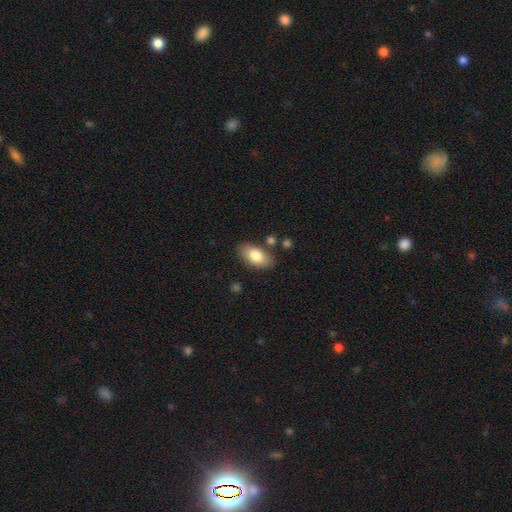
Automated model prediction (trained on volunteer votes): Morphology: type=smooth (80%); roundness=in between (93%); merging=none (79%).